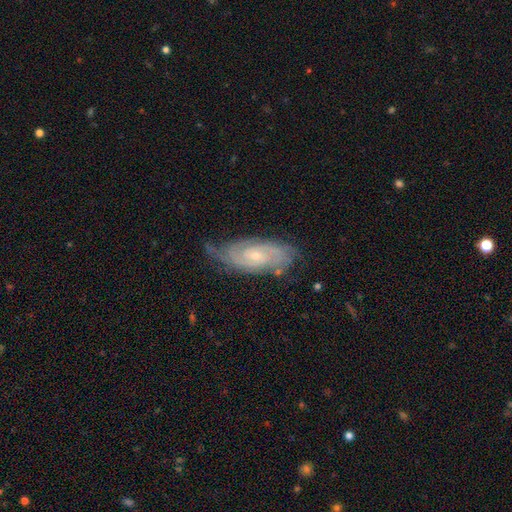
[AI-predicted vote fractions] The model was most divided on "spiral arm count": 2: 46%, can't tell: 26%, 3: 15%, 4: 6%, 1: 4%, more than 4: 4%. More confident: spiral arms — yes (96%); edge-on disk — no (94%); smooth or featured — featured or disk (84%); bulge size — small (69%); merging — none (65%); spiral winding — tight (65%); bar — no (57%).